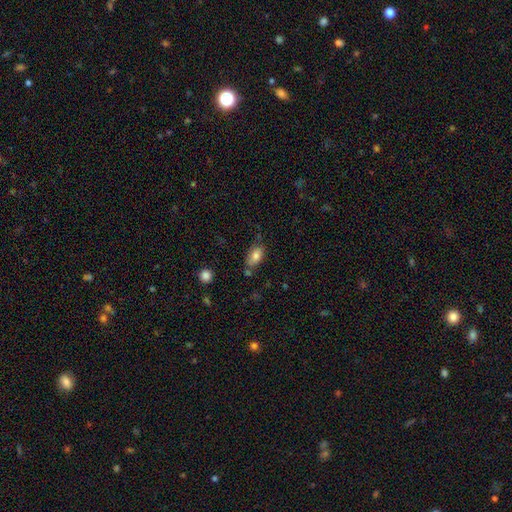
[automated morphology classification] Smooth or featured?
  - smooth: 80% *
  - featured or disk: 12%
  - star or artifact: 8%
How rounded?
  - in between: 90% *
  - round: 5%
  - cigar-shaped: 5%
Merging?
  - none: 65% *
  - minor disturbance: 22%
  - merger: 8%
  - major disturbance: 5%